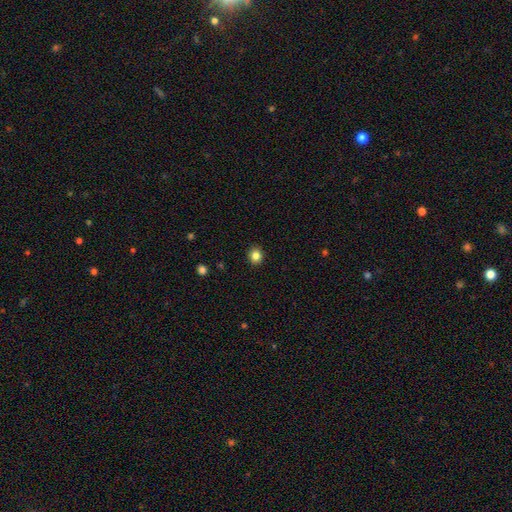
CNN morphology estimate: smooth-or-featured: smooth: 84% | star or artifact: 11% | featured or disk: 5%
  how-rounded: round: 74% | in between: 25% | cigar-shaped: 1%
  merging: none: 91% | minor disturbance: 6% | major disturbance: 2% | merger: 1%